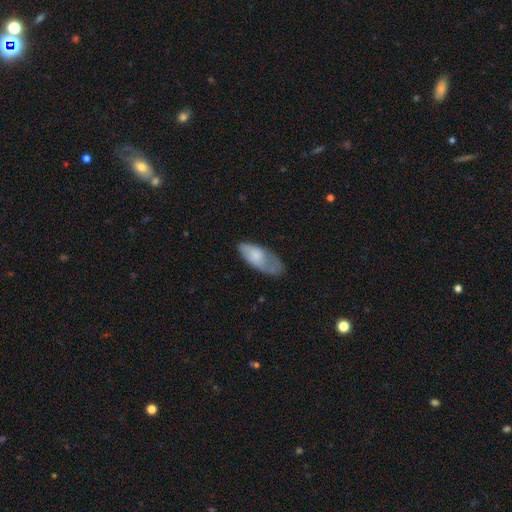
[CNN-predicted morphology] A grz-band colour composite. It shows a smooth galaxy with no disk features (70%) that is in between round and cigar-shaped (84%). Merging: none (43%).